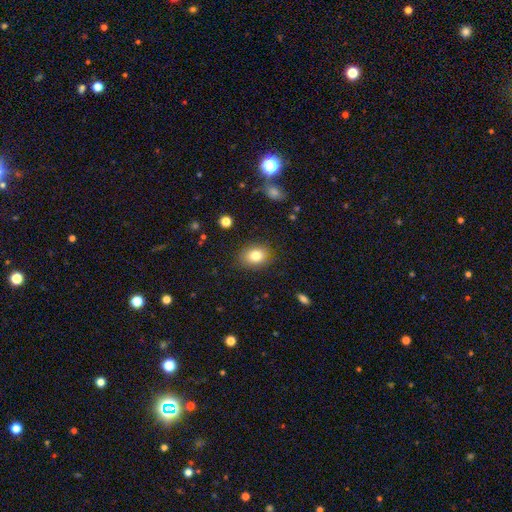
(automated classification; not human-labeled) Overall: smooth (81%). How rounded: in between (61%; round 38%). Merging: none (85%).